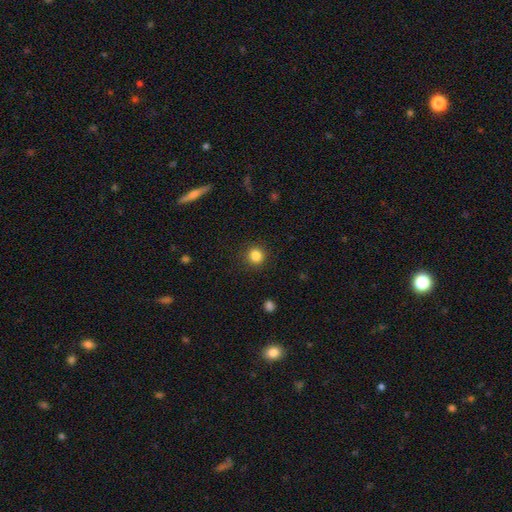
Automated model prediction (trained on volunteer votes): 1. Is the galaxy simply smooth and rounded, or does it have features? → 84% smooth, 11% star or artifact, 4% featured or disk.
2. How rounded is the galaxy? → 93% round, 6% in between, 1% cigar-shaped.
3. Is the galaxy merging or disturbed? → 91% none, 6% minor disturbance, 2% major disturbance, 1% merger.